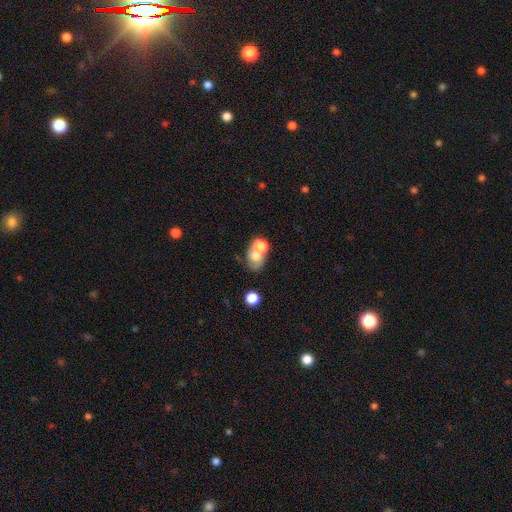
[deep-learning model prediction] The model was most divided on "how rounded": in between: 55%, round: 44%, cigar-shaped: 1%. More confident: smooth or featured — smooth (64%); merging — merger (55%).